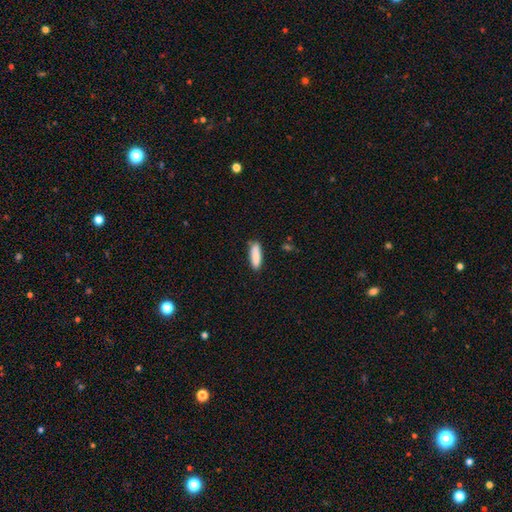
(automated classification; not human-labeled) Morphology: type=smooth (88%); roundness=cigar-shaped (54%); merging=none (84%).